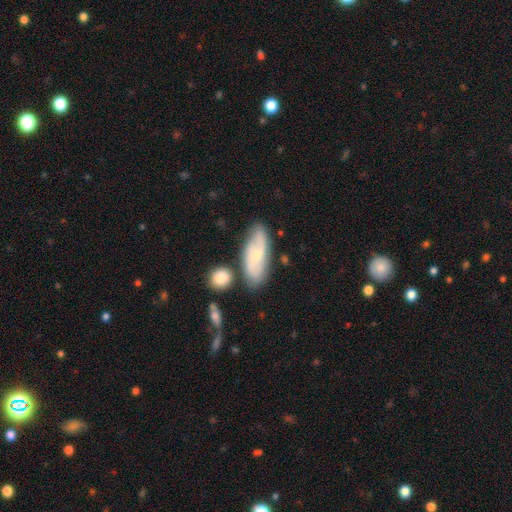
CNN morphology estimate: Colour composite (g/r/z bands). It shows a featured or disk galaxy (58%) with no bar (55%), spiral arms (89%) and a small central bulge (62%). Merging: none (70%).